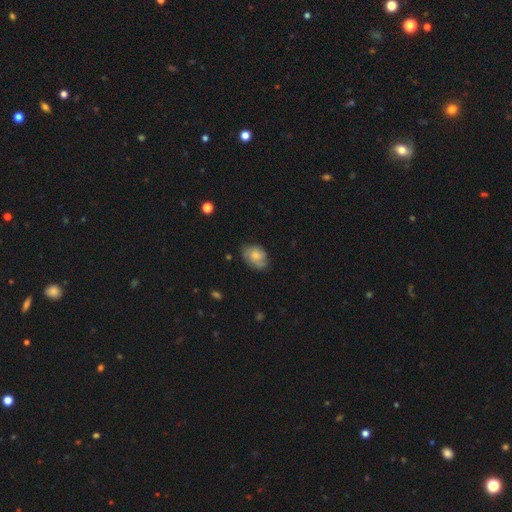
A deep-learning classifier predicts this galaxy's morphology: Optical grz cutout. It shows a smooth galaxy with no disk features (50%) that is in between round and cigar-shaped (72%). Merging: none (61%).